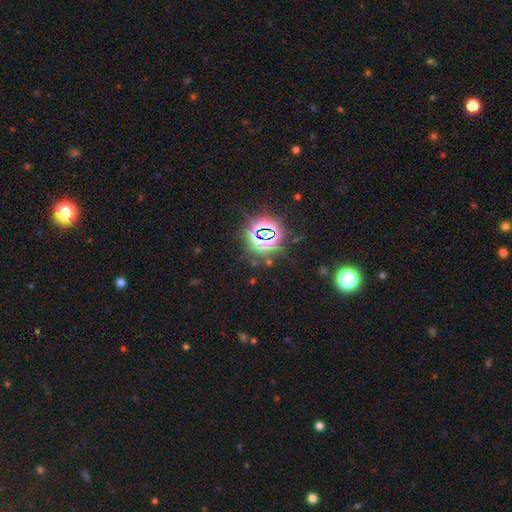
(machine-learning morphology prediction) This appears to be a star or artifact, not a galaxy (80%).